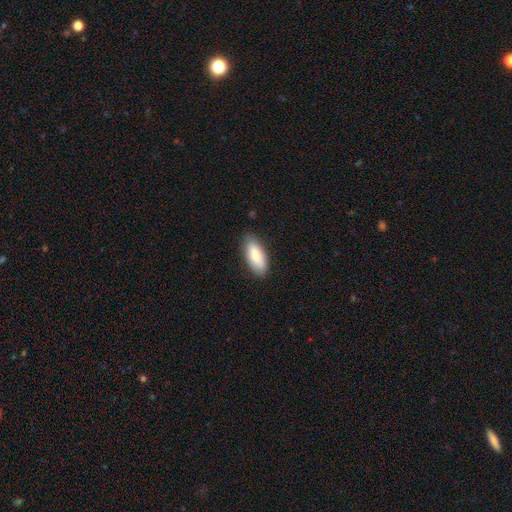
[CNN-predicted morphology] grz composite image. It shows a smooth galaxy with no disk features (82%) that is in between round and cigar-shaped (85%). Merging: none (83%).